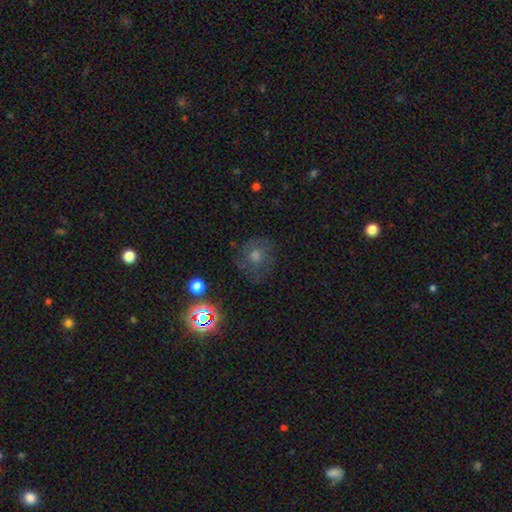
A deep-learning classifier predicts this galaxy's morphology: smooth-or-featured: smooth: 50% | featured or disk: 33% | star or artifact: 17%
  how-rounded: round: 85% | in between: 14% | cigar-shaped: 1%
  merging: none: 69% | minor disturbance: 18% | major disturbance: 12% | merger: 2%